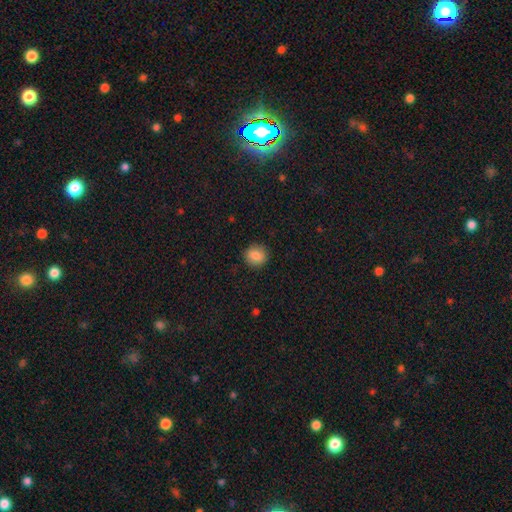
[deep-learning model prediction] This is clearly a smooth galaxy (86%). How rounded: clearly round (88%). Merging: clearly none (90%).